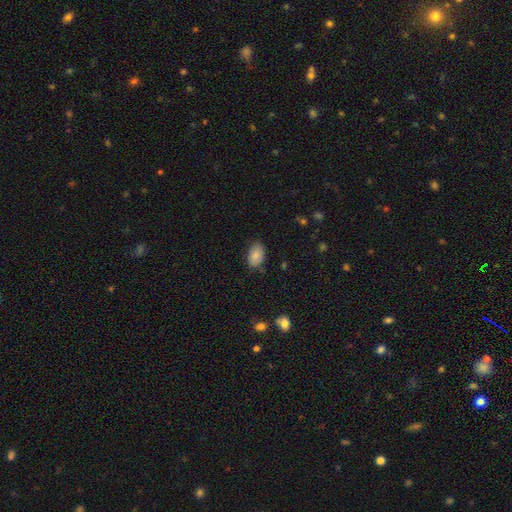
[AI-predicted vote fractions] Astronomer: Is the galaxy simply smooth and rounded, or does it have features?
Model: smooth — 85%.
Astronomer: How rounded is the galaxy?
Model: in between — 91%.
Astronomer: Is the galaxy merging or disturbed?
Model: none — 79%.